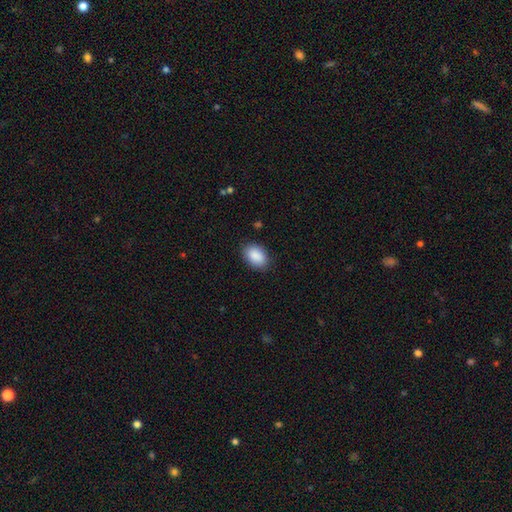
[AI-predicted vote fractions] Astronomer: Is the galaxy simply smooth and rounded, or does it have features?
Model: smooth — 90%.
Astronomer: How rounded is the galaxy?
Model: in between — 87%.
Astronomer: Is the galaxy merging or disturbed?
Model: none — 85%.